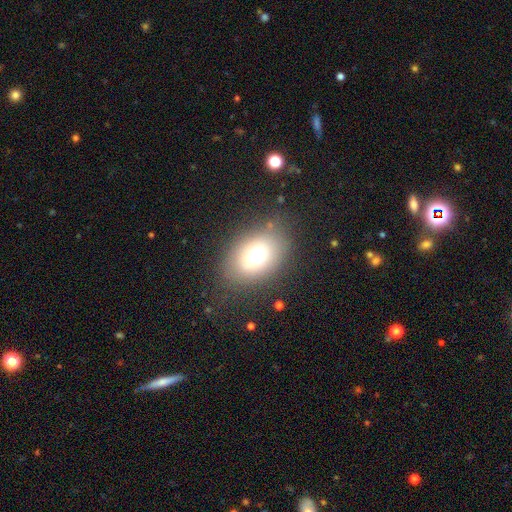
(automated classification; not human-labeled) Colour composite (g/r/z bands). It shows a smooth galaxy with no disk features (66%) that is in between round and cigar-shaped (67%). Merging: none (78%).